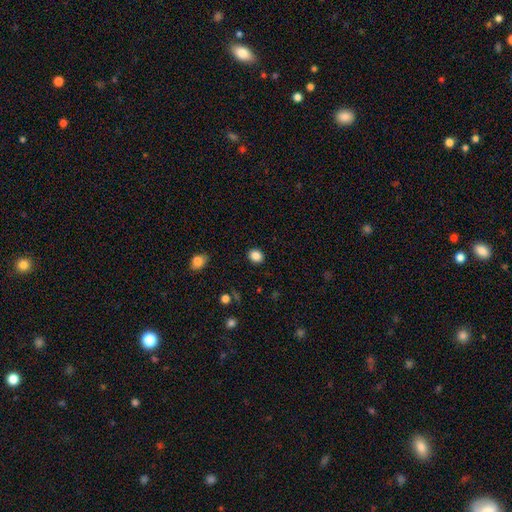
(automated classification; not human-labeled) A smooth galaxy with no disk features (86%) that is round (61%). Merging: none (90%).